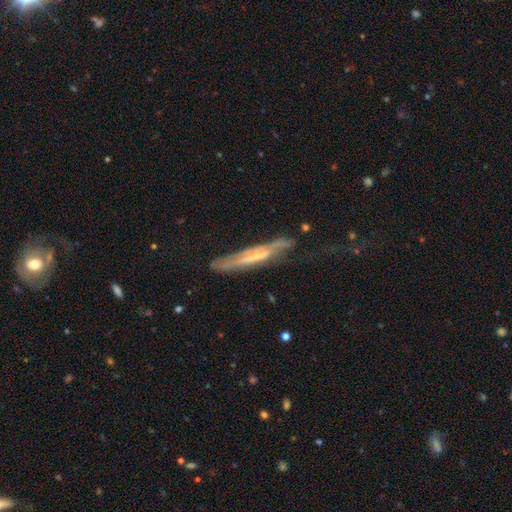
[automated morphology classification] Smooth or featured? Predicted: featured or disk (p=0.70). Edge-on disk? Predicted: yes (p=0.77). Edge-on bulge? Predicted: none (p=0.50). Merging? Predicted: none (p=0.55).